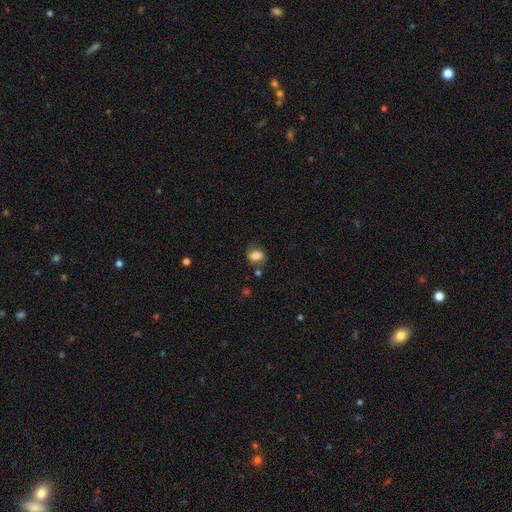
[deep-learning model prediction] This is likely a smooth galaxy (77%). How rounded: possibly in between (55%). Merging: likely none (66%).